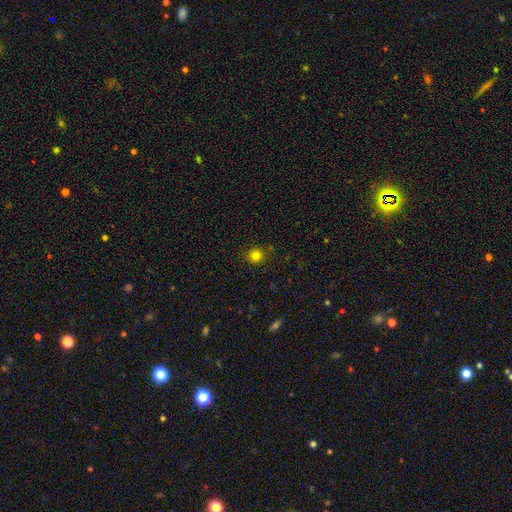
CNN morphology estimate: This is likely a smooth galaxy (79%). How rounded: clearly round (91%). Merging: clearly none (89%).